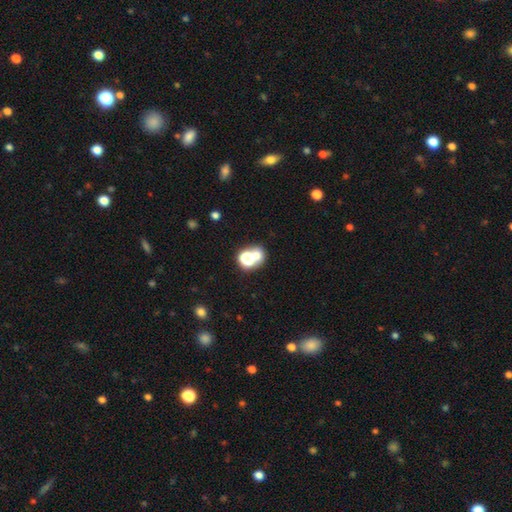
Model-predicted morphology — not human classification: The model was most divided on "merging": none: 47%, merger: 40%, minor disturbance: 8%, major disturbance: 5%. More confident: how rounded — round (69%); smooth or featured — smooth (59%).